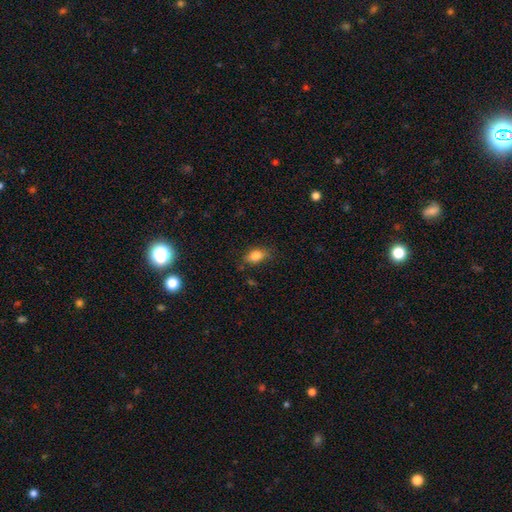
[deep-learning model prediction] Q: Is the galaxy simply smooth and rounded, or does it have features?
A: smooth — 81%.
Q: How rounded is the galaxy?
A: in between — 80%.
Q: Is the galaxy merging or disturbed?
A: none — 70%.